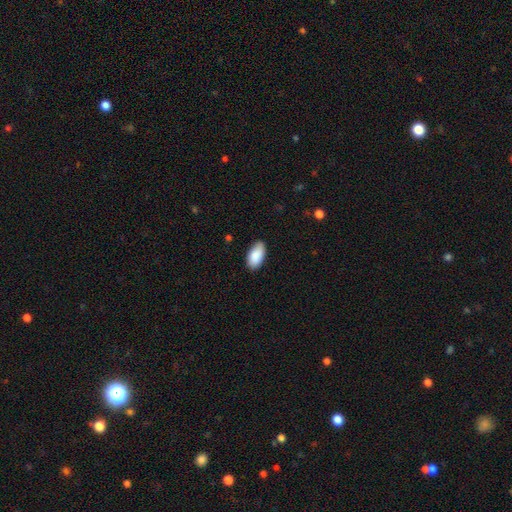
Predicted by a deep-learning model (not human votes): Morphology: type=smooth (89%); roundness=in between (95%); merging=none (83%).